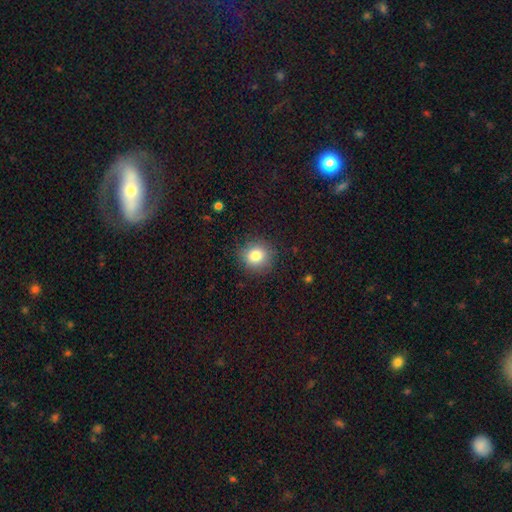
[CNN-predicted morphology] Overall: smooth (82%). How rounded: round (88%). Merging: none (88%).